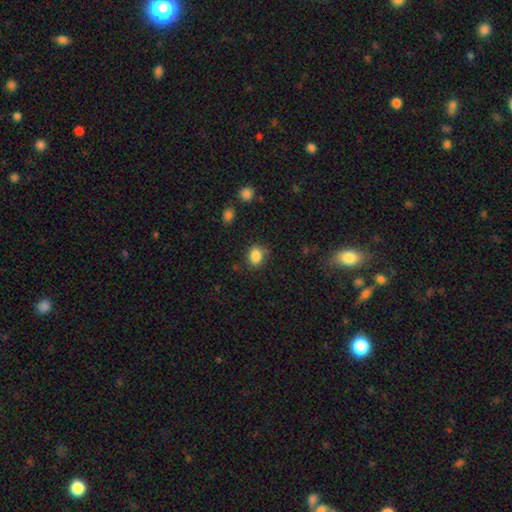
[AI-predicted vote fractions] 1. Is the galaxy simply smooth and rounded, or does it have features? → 86% smooth, 10% star or artifact, 4% featured or disk.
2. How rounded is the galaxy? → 53% in between, 46% round, 1% cigar-shaped.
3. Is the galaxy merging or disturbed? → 79% none, 15% minor disturbance, 4% major disturbance, 2% merger.